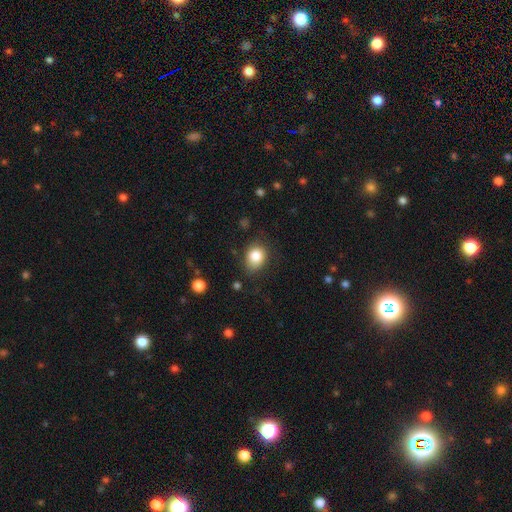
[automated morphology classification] Smooth or featured?
  - smooth: 84% *
  - star or artifact: 9%
  - featured or disk: 6%
How rounded?
  - round: 51% *
  - in between: 48%
  - cigar-shaped: 1%
Merging?
  - none: 74% *
  - minor disturbance: 19%
  - major disturbance: 5%
  - merger: 2%